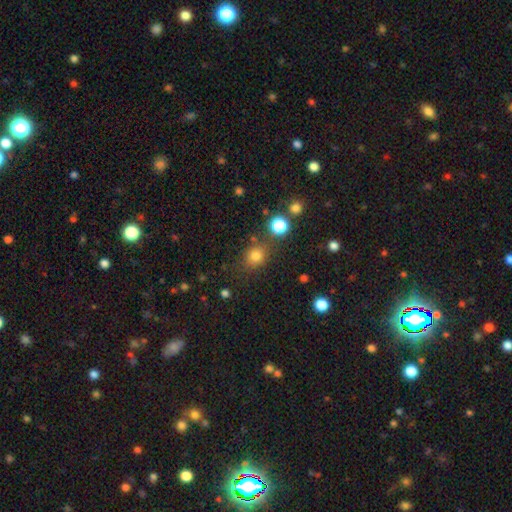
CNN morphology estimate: Smooth or featured? smooth (78%)
How rounded? round (70%)
Merging? none (74%)